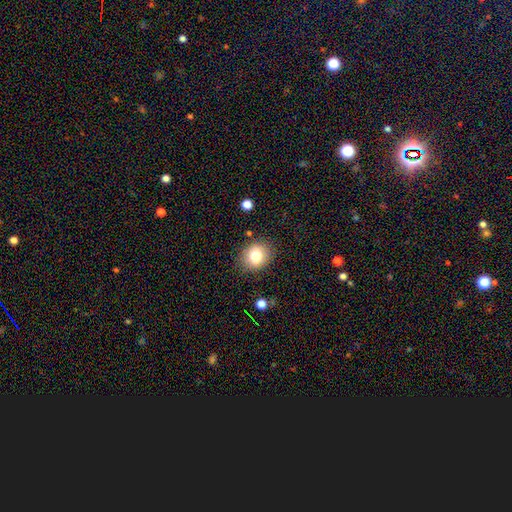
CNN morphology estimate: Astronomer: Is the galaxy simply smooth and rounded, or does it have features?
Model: smooth — 79%.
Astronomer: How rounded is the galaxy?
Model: round — 58% (runner-up: in between, 41%).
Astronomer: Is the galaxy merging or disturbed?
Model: none — 85%.